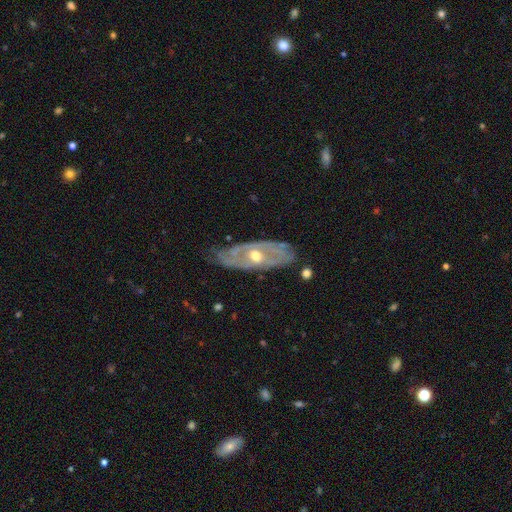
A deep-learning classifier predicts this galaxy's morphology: Smooth or featured?
  - featured or disk: 79% *
  - smooth: 16%
  - star or artifact: 5%
Edge-on disk?
  - no: 82% *
  - yes: 18%
Bar?
  - no: 73% *
  - weak: 21%
  - strong: 6%
Spiral arms?
  - yes: 67% *
  - no: 33%
Bulge size?
  - moderate: 72% *
  - small: 22%
  - large: 4%
  - none: 1%
  - dominant: 1%
Merging?
  - none: 68% *
  - minor disturbance: 23%
  - major disturbance: 7%
  - merger: 2%